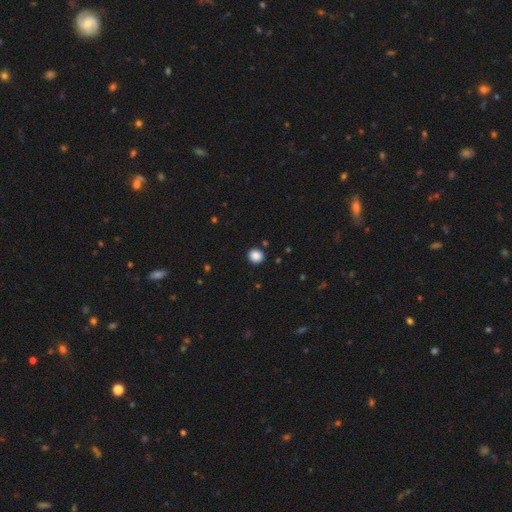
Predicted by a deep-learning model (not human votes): A smooth galaxy with no disk features (87%) that is round (86%).

Vote fractions:
- Smooth or featured? smooth: 87% / star or artifact: 10% / featured or disk: 3%
- How rounded? round: 86% / in between: 13% / cigar-shaped: 1%
- Merging? none: 91% / minor disturbance: 5% / major disturbance: 2% / merger: 2%